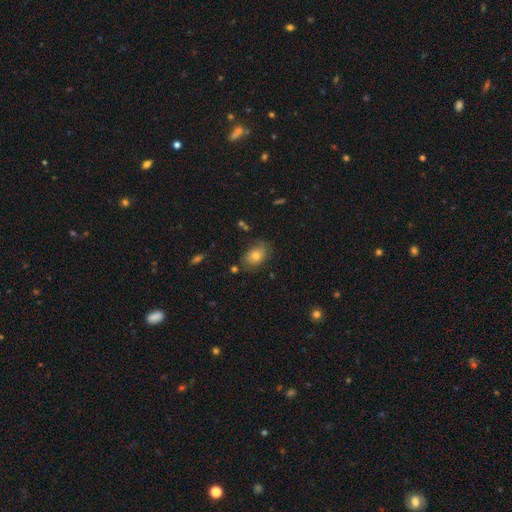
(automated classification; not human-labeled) The model was most divided on "merging": none: 74%, minor disturbance: 19%, major disturbance: 5%, merger: 3%. More confident: how rounded — in between (77%); smooth or featured — smooth (74%).